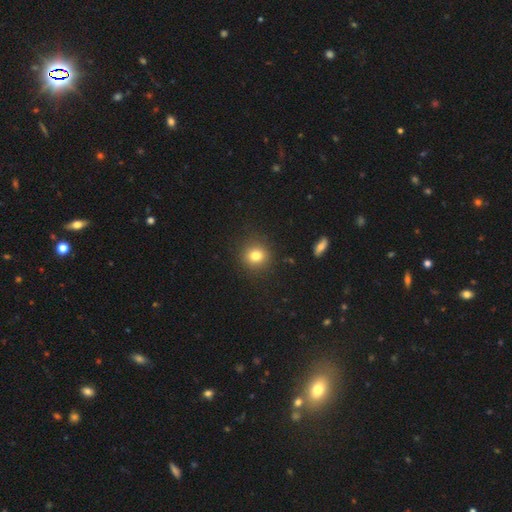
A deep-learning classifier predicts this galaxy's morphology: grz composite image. It shows a smooth galaxy with no disk features (81%) that is round (88%). Merging: none (90%).